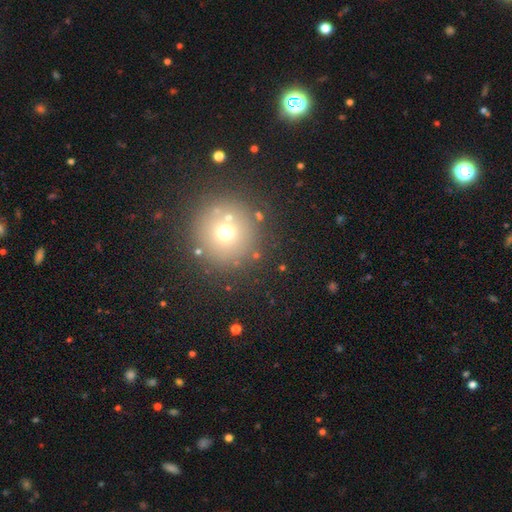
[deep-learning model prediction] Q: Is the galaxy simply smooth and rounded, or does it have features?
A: smooth — 65%.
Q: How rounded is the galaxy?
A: round — 95%.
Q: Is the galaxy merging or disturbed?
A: none — 83%.